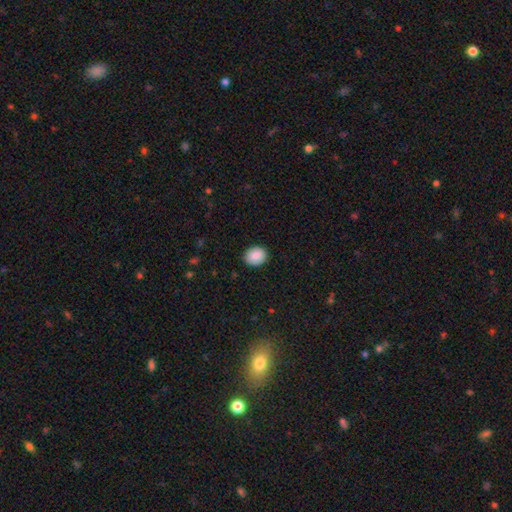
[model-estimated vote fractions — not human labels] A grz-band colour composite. It shows a smooth galaxy with no disk features (88%) that is round (53%). Merging: none (89%).